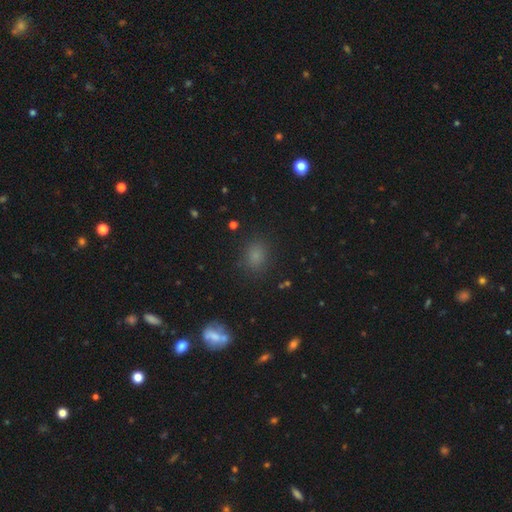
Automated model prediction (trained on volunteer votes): Smooth or featured? smooth (74%)
How rounded? round (54%)
Merging? none (84%)